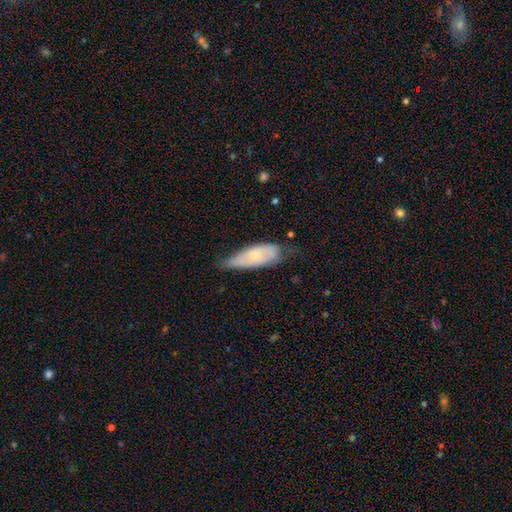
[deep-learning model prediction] smooth_or_featured: smooth (p=0.54) [alt: featured or disk p=0.40]
how_rounded: in between (p=0.73) [alt: cigar-shaped p=0.24]
merging: none (p=0.45) [alt: minor disturbance p=0.41]